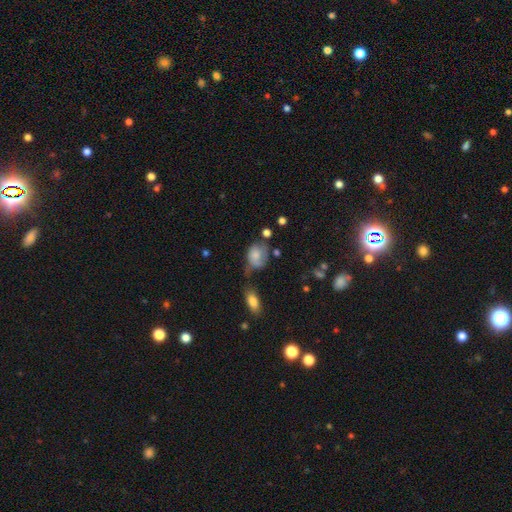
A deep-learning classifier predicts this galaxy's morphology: type=smooth (68%); roundness=in between (65%); merging=minor disturbance (34%).